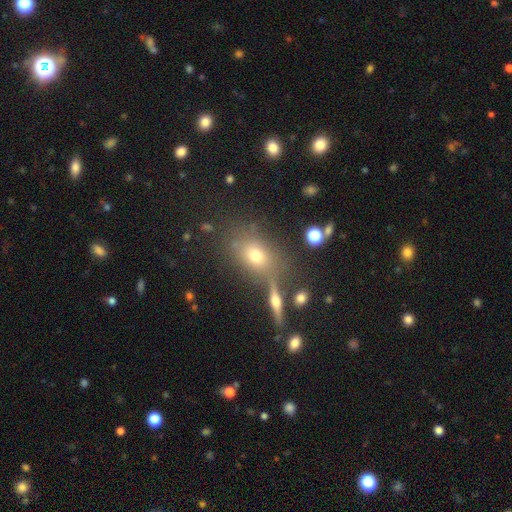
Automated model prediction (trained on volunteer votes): Smooth or featured? Predicted: smooth (p=0.63). How rounded? Predicted: in between (p=0.61). Merging? Predicted: none (p=0.69).